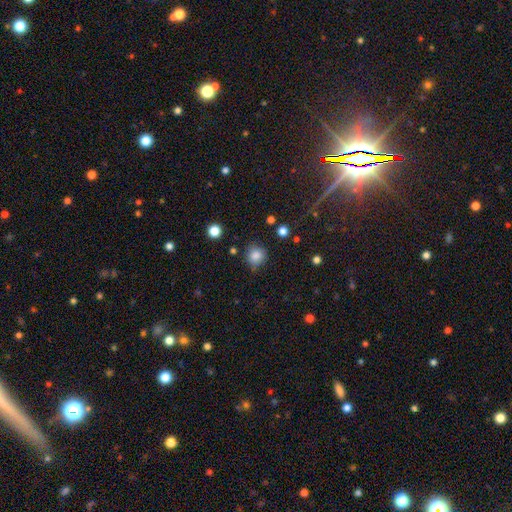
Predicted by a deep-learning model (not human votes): The model was most divided on "merging": none: 81%, minor disturbance: 12%, major disturbance: 3%, merger: 3%. More confident: how rounded — round (88%); smooth or featured — smooth (84%).